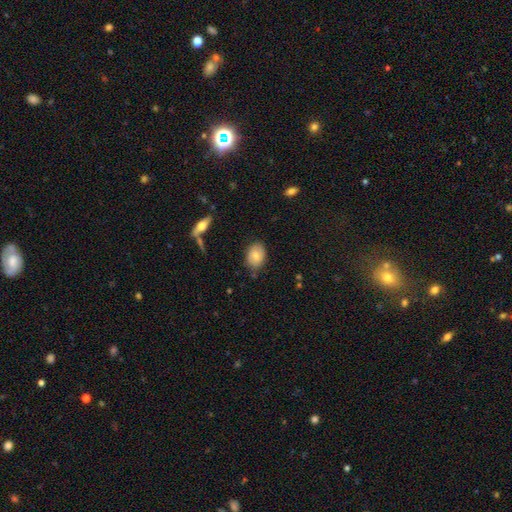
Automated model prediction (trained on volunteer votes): The model was most divided on "smooth or featured": smooth: 70%, featured or disk: 22%, star or artifact: 8%. More confident: how rounded — in between (79%); merging — none (76%).